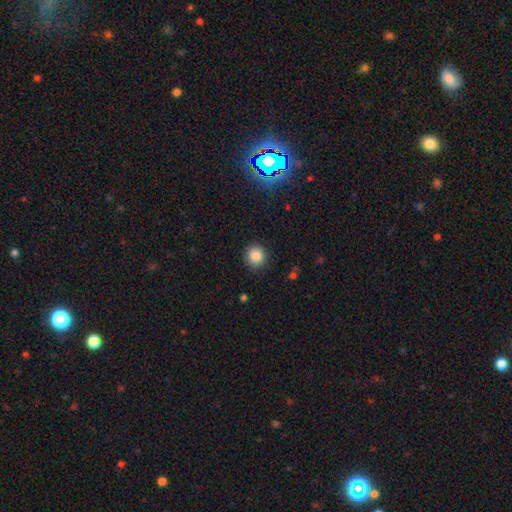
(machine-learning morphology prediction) Smooth or featured? smooth (86%)
How rounded? round (92%)
Merging? none (89%)